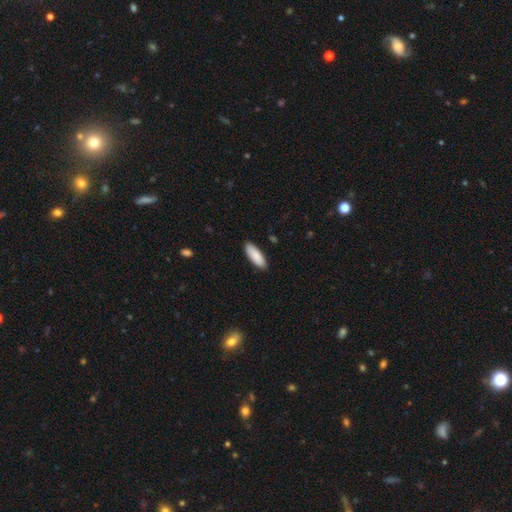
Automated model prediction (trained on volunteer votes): Smooth or featured?
  - smooth: 88% *
  - featured or disk: 6%
  - star or artifact: 5%
How rounded?
  - in between: 72% *
  - cigar-shaped: 27%
  - round: 2%
Merging?
  - none: 89% *
  - minor disturbance: 9%
  - major disturbance: 2%
  - merger: 1%